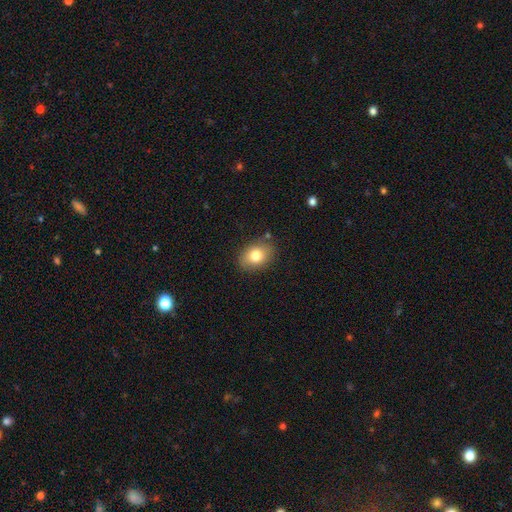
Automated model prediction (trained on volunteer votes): Q: Smooth or featured?
A: smooth (80%); runner-up: featured or disk (12%)
Q: How rounded?
A: in between (73%); runner-up: round (26%)
Q: Merging?
A: none (84%); runner-up: minor disturbance (12%)